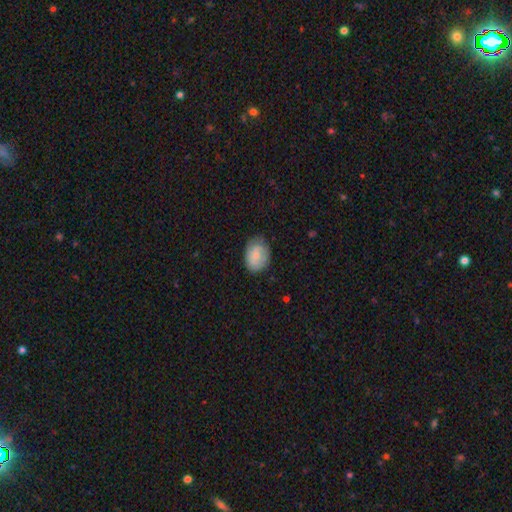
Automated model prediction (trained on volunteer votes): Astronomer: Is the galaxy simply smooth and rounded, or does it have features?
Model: smooth — 71%.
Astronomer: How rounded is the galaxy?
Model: in between — 70%.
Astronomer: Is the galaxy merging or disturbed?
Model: none — 71%.